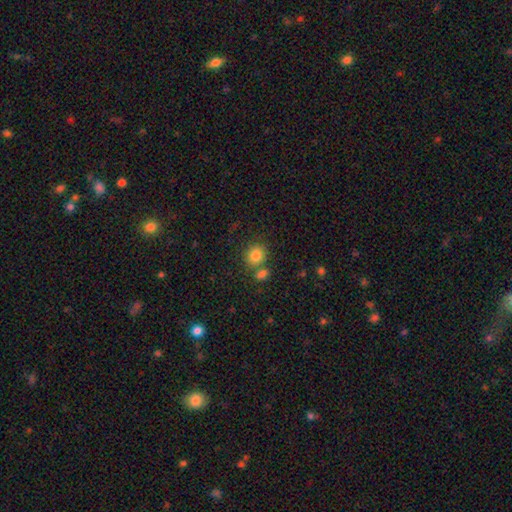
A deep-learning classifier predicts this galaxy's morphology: A smooth galaxy with no disk features (83%) that is round (68%). Merging: none (64%).